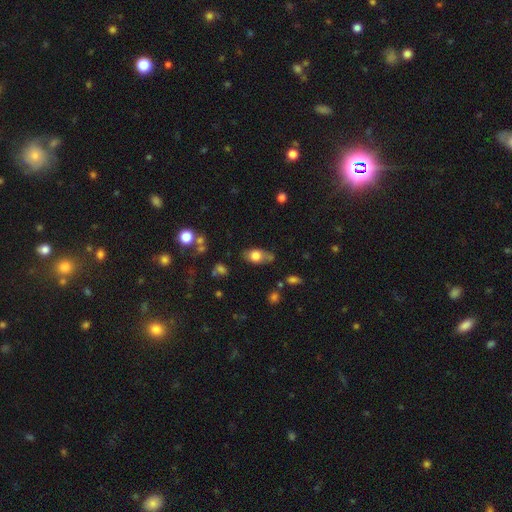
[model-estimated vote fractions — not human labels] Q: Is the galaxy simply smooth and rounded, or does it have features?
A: smooth — 75%.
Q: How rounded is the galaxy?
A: in between — 79%.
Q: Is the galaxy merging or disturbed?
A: none — 61%.